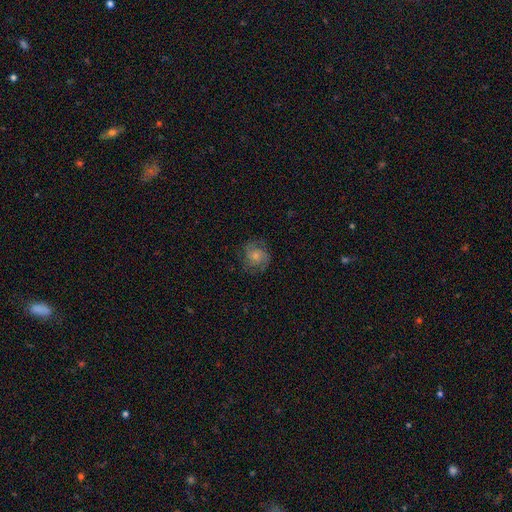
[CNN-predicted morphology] smooth_or_featured: featured or disk (p=0.60) [alt: smooth p=0.32]
disk_edge_on: no (p=0.98) [alt: yes p=0.02]
bar: no (p=0.74) [alt: weak p=0.23]
has_spiral_arms: yes (p=0.91) [alt: no p=0.09]
spiral_winding: medium (p=0.45) [alt: tight p=0.41]
spiral_arm_count: 2 (p=0.53) [alt: 3 p=0.19]
bulge_size: small (p=0.51) [alt: moderate p=0.36]
merging: none (p=0.75) [alt: minor disturbance p=0.16]